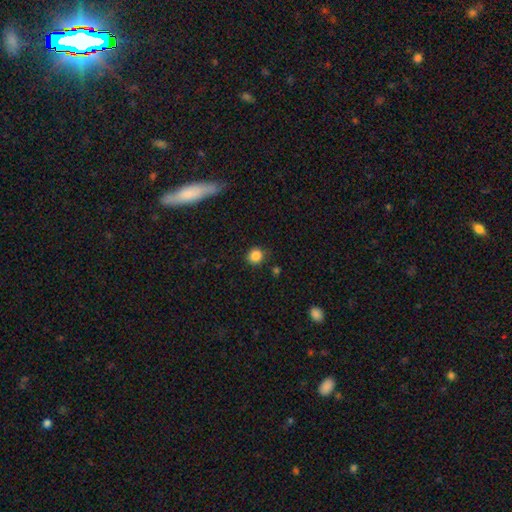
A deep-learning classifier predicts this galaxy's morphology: Smooth or featured: smooth — 86% (star or artifact — 10%)
How rounded: round — 89% (in between — 10%)
Merging: none — 86% (minor disturbance — 9%)